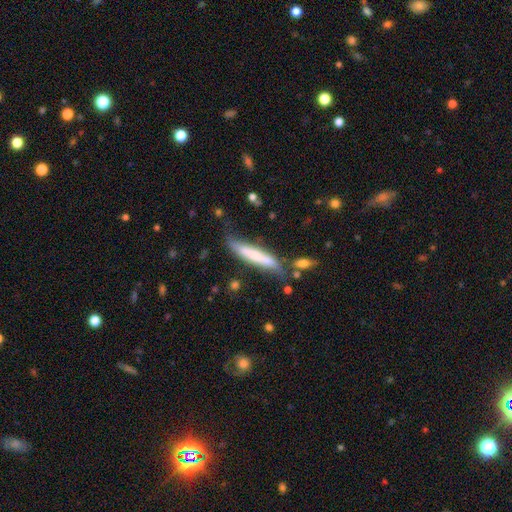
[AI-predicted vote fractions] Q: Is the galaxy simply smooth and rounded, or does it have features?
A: smooth — 60%.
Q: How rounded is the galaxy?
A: cigar-shaped — 87%.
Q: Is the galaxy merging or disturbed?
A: none — 56%.